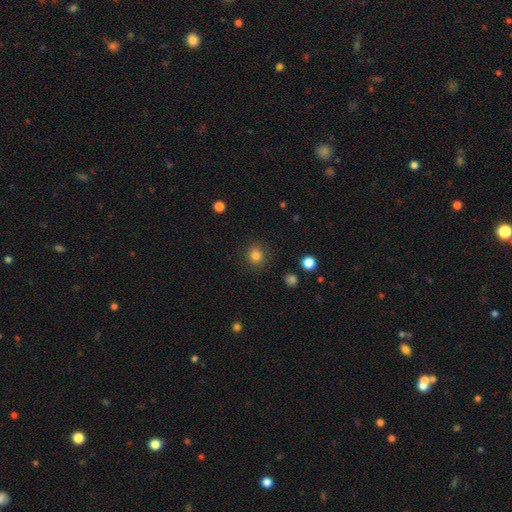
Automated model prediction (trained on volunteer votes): smooth_or_featured: smooth (p=0.83) [alt: star or artifact p=0.12]
how_rounded: round (p=0.85) [alt: in between p=0.14]
merging: none (p=0.87) [alt: minor disturbance p=0.09]